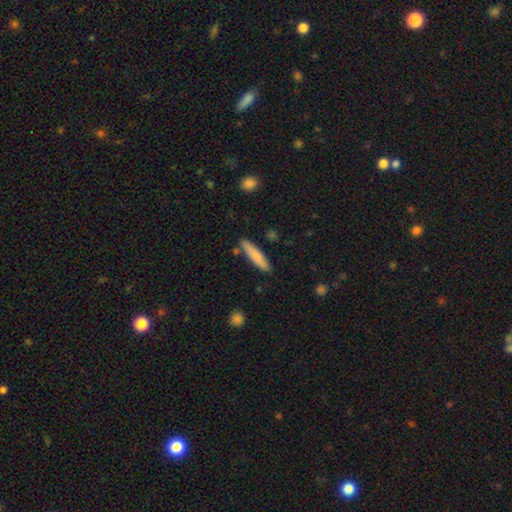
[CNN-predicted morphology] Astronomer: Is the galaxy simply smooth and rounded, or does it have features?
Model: smooth — 78%.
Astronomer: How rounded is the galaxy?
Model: cigar-shaped — 88%.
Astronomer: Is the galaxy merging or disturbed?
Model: none — 84%.